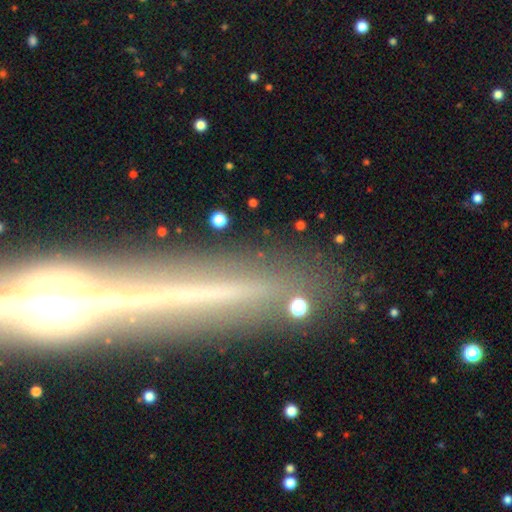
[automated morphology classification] Smooth or featured?
  - featured or disk: 75% *
  - star or artifact: 13%
  - smooth: 12%
Edge-on disk?
  - yes: 96% *
  - no: 4%
Edge-on bulge?
  - rounded: 45% *
  - none: 35%
  - boxy: 20%
Merging?
  - none: 85% *
  - minor disturbance: 9%
  - major disturbance: 3%
  - merger: 3%